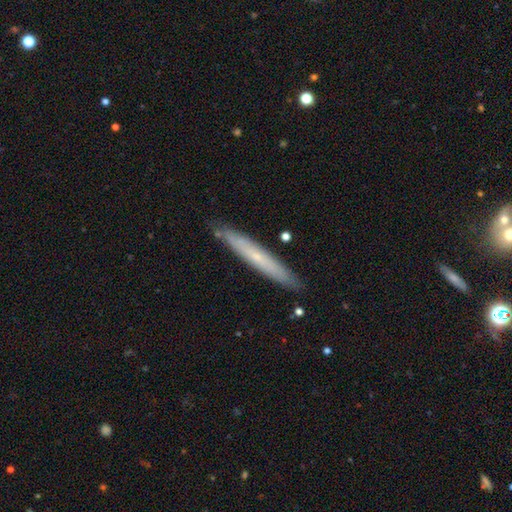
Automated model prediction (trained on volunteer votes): Overall: featured or disk (48%; smooth 46%). Merging: none (87%).